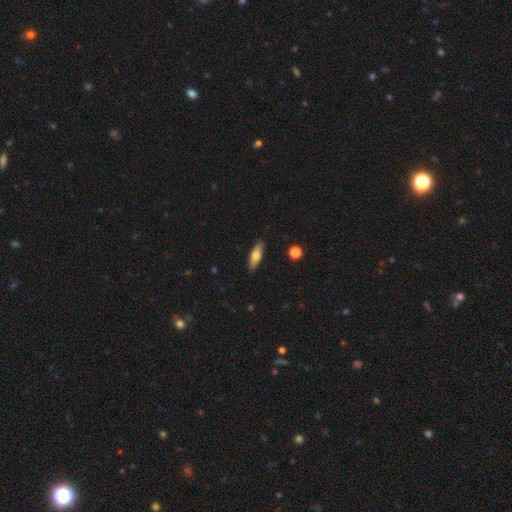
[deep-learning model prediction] Smooth or featured? smooth (64%)
How rounded? in between (51%)
Merging? none (86%)